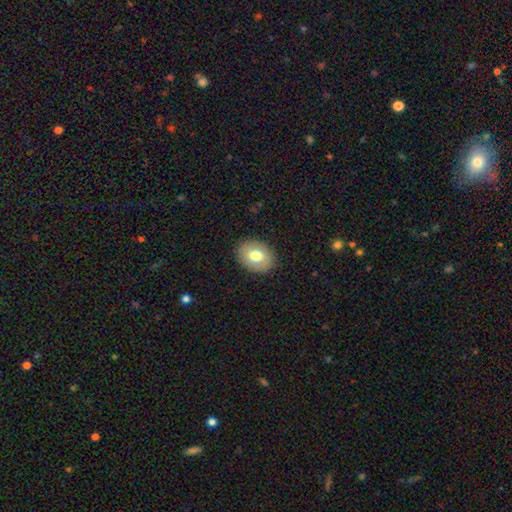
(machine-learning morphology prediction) Smooth or featured: smooth — 74% (featured or disk — 18%)
How rounded: in between — 63% (round — 36%)
Merging: none — 88% (minor disturbance — 8%)